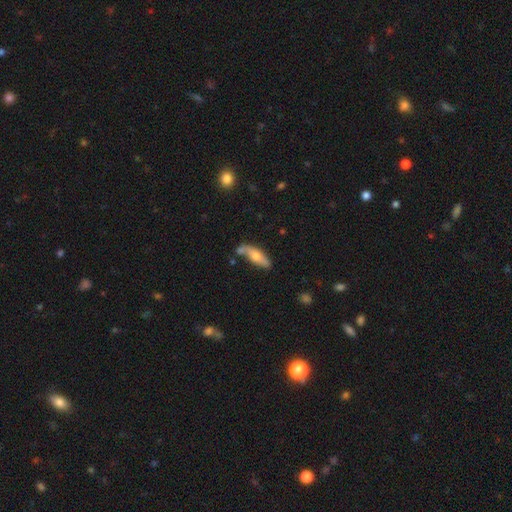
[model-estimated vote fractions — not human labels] Smooth or featured? Predicted: smooth (p=0.58). How rounded? Predicted: in between (p=0.53). Merging? Predicted: none (p=0.55).